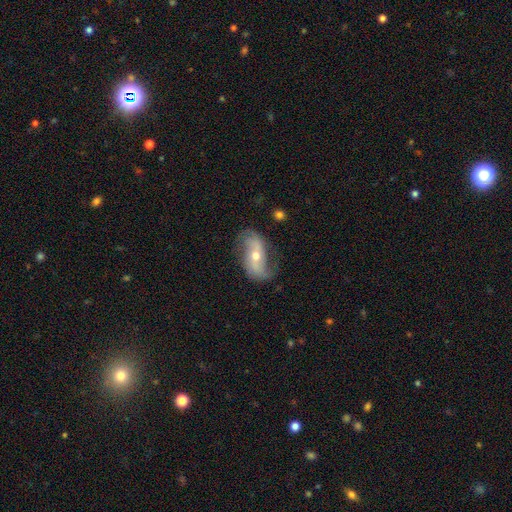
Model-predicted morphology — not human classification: Smooth or featured: featured or disk — 78% (smooth — 16%)
Edge-on disk: no — 93% (yes — 7%)
Bar: no — 43% (weak — 32%)
Spiral arms: yes — 91% (no — 9%)
Spiral winding: loose — 65% (medium — 25%)
Spiral arm count: 2 — 88% (can't tell — 5%)
Bulge size: moderate — 56% (small — 39%)
Merging: none — 68% (minor disturbance — 21%)